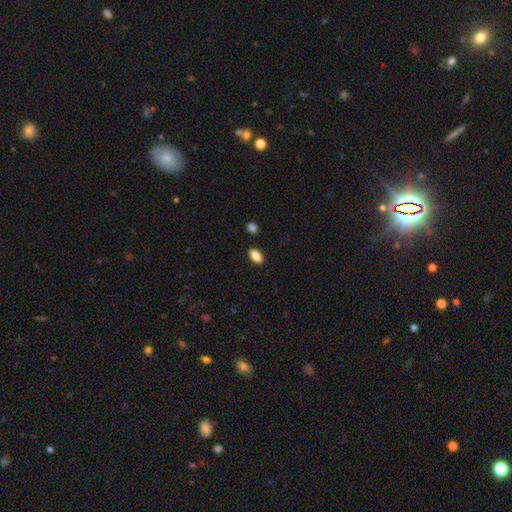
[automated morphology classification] A smooth galaxy with no disk features (86%) that is in between round and cigar-shaped (91%).

Vote fractions:
- Smooth or featured? smooth: 86% / star or artifact: 8% / featured or disk: 6%
- How rounded? in between: 91% / round: 5% / cigar-shaped: 4%
- Merging? none: 88% / minor disturbance: 8% / merger: 2% / major disturbance: 2%